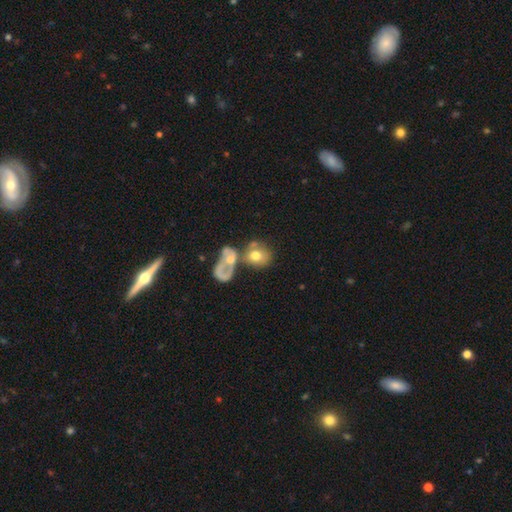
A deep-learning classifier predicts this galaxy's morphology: type=smooth (61%); roundness=round (57%); merging=merger (54%).